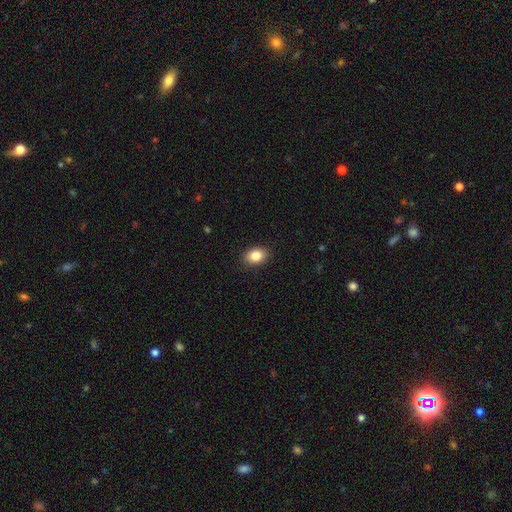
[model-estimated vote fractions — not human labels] smooth-or-featured: smooth: 85% | star or artifact: 8% | featured or disk: 6%
  how-rounded: in between: 77% | round: 22% | cigar-shaped: 1%
  merging: none: 89% | minor disturbance: 8% | major disturbance: 2% | merger: 1%